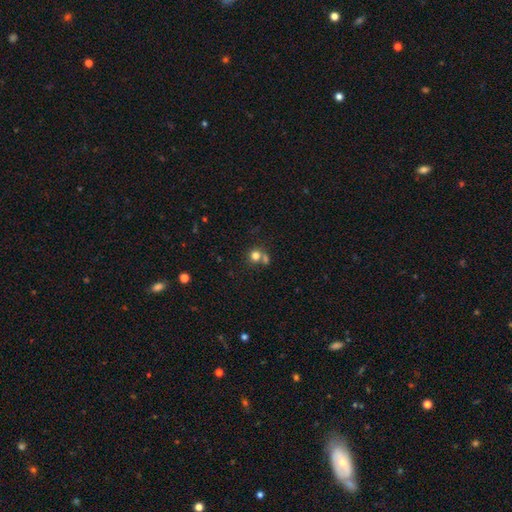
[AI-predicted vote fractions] smooth-or-featured: smooth: 77% | star or artifact: 13% | featured or disk: 9%
  how-rounded: round: 86% | in between: 13% | cigar-shaped: 1%
  merging: none: 53% | merger: 35% | minor disturbance: 8% | major disturbance: 4%